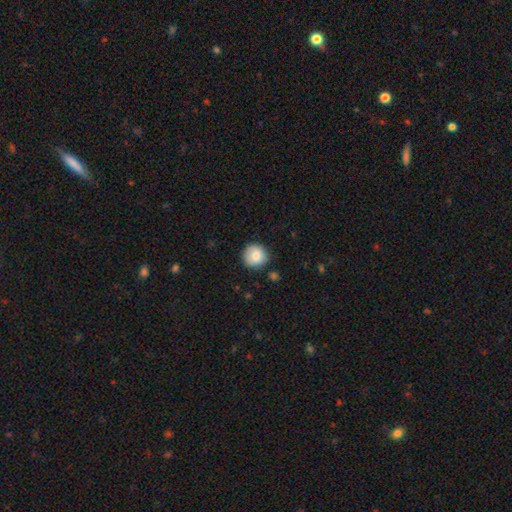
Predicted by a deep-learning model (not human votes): Smooth or featured? smooth (83%)
How rounded? round (93%)
Merging? none (84%)